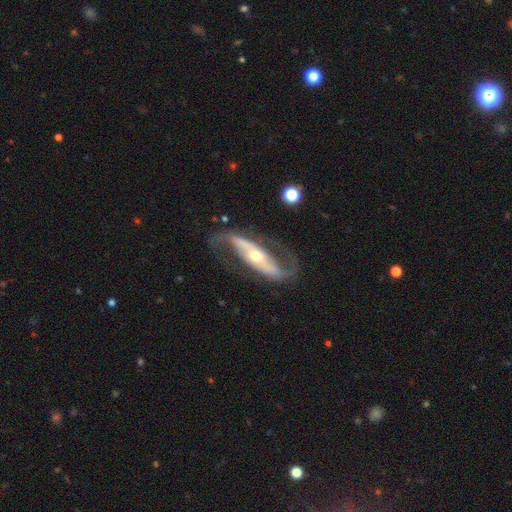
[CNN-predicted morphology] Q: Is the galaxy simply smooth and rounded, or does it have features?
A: featured or disk — 90%.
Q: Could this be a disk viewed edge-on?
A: no — 90%.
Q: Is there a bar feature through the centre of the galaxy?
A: strong — 52%.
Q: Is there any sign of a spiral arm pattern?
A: yes — 95%.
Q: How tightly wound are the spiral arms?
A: loose — 45%.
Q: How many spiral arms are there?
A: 2 — 92%.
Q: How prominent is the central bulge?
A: moderate — 48%.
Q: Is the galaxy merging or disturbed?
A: none — 74%.